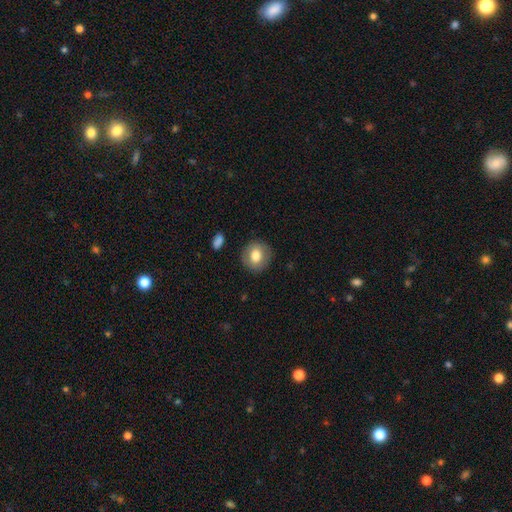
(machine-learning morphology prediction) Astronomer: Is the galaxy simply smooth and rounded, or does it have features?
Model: smooth — 77%.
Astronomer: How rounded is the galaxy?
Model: round — 84%.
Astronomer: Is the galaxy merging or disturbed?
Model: none — 88%.